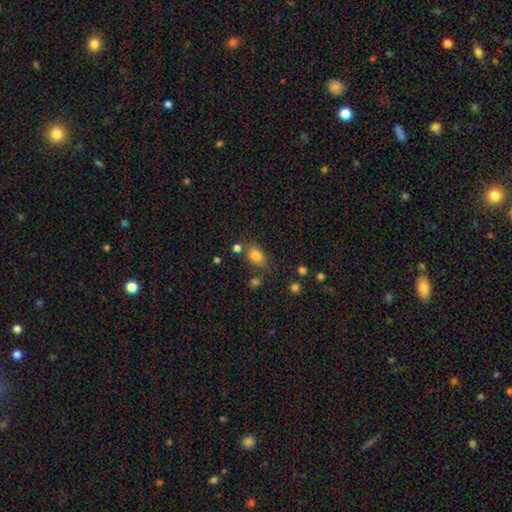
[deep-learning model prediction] The model was most divided on "merging": none: 68%, minor disturbance: 17%, merger: 9%, major disturbance: 5%. More confident: smooth or featured — smooth (82%); how rounded — in between (79%).